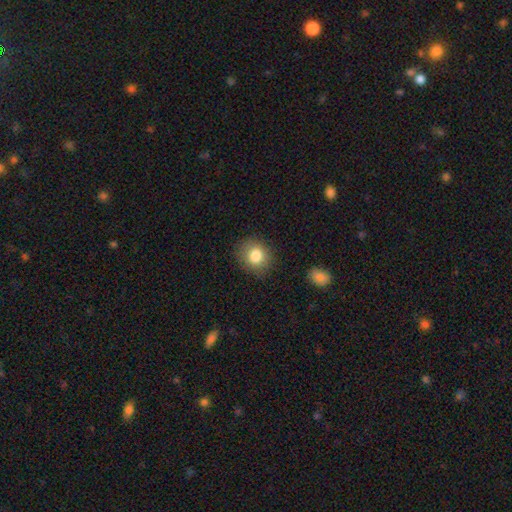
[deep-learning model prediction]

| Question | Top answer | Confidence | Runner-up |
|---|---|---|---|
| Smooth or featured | smooth | 82% | star or artifact (10%) |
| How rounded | round | 75% | in between (24%) |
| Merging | none | 85% | minor disturbance (10%) |